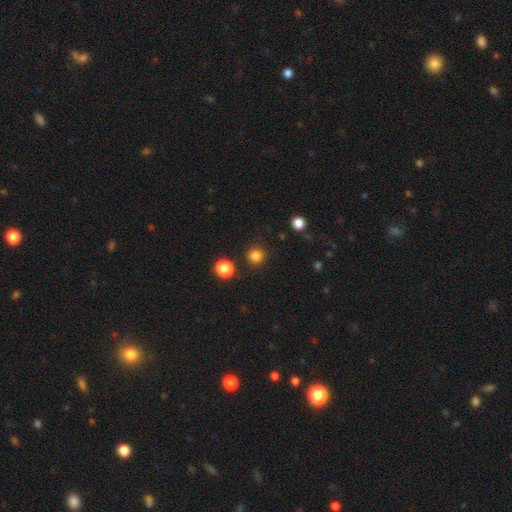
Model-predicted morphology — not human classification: This is clearly a smooth galaxy (83%). How rounded: clearly round (94%). Merging: clearly none (90%).